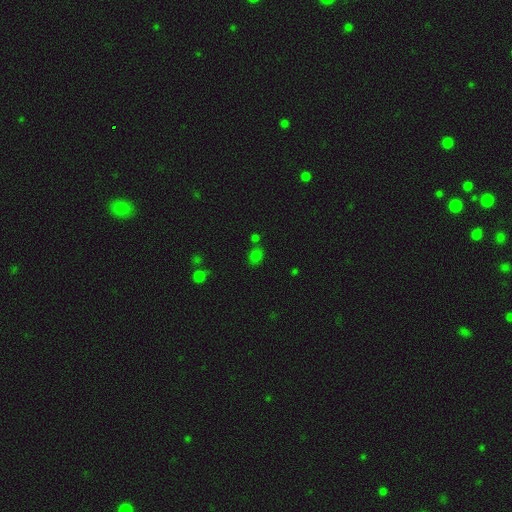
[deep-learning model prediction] Smooth or featured?
  - smooth: 68% *
  - star or artifact: 26%
  - featured or disk: 6%
How rounded?
  - in between: 55% *
  - round: 44%
  - cigar-shaped: 2%
Merging?
  - none: 69% *
  - minor disturbance: 13%
  - merger: 13%
  - major disturbance: 5%